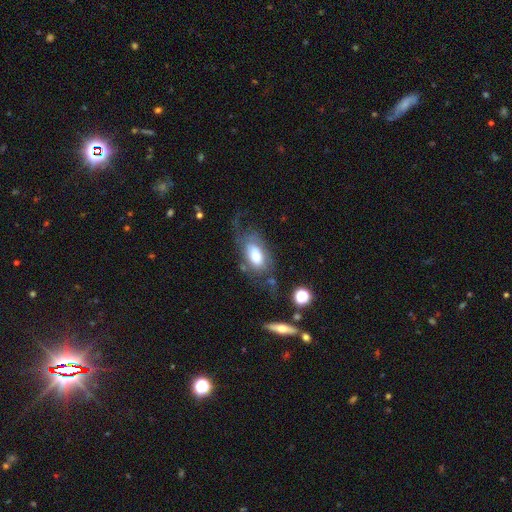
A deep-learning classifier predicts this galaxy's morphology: This is possibly a featured or disk galaxy (48%). Merging: marginally none (41%).